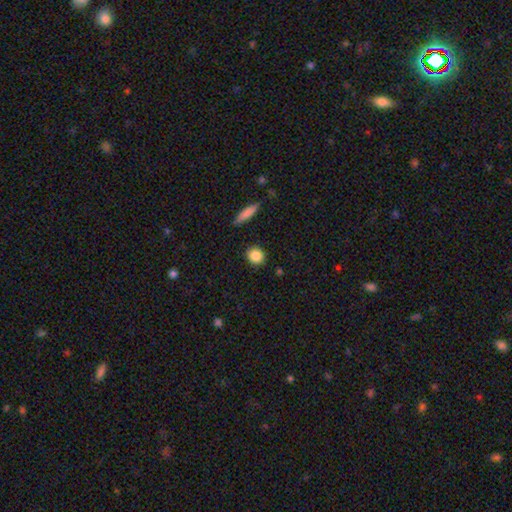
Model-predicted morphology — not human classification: The model was most divided on "how rounded": round: 77%, in between: 20%, cigar-shaped: 2%. More confident: merging — none (89%); smooth or featured — smooth (86%).